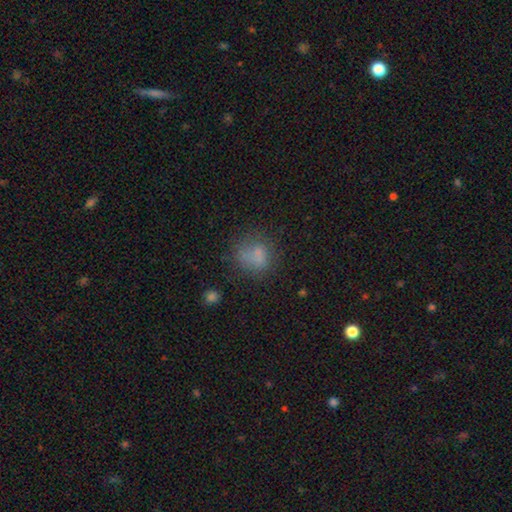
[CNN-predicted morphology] Overall: smooth (72%). How rounded: round (68%; in between 30%). Merging: none (54%; minor disturbance 22%).